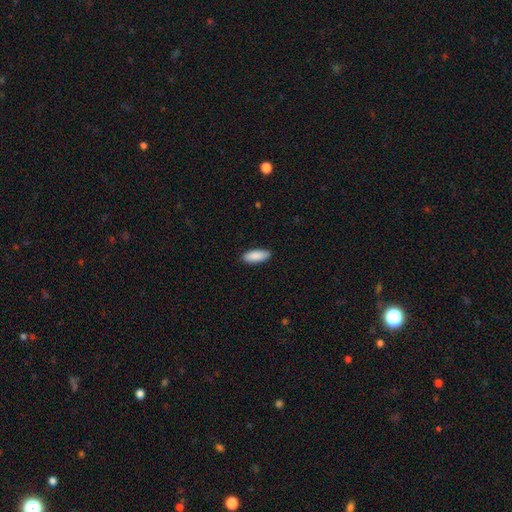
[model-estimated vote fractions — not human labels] Smooth or featured: smooth — 90% (star or artifact — 5%)
How rounded: in between — 78% (cigar-shaped — 21%)
Merging: none — 89% (minor disturbance — 9%)